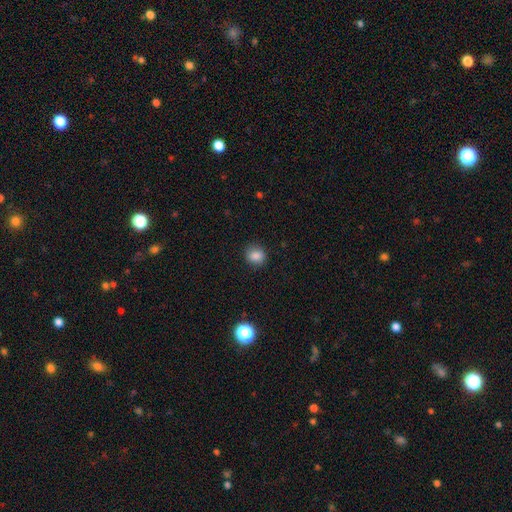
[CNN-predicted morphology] Q: Smooth or featured?
A: smooth (85%); runner-up: star or artifact (11%)
Q: How rounded?
A: round (74%); runner-up: in between (25%)
Q: Merging?
A: none (86%); runner-up: minor disturbance (10%)